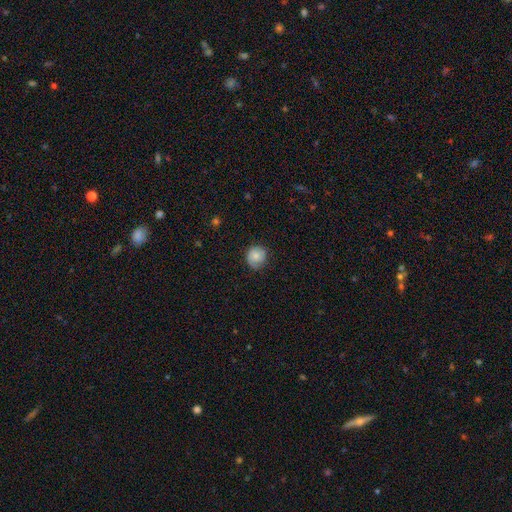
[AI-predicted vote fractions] A smooth galaxy with no disk features (76%) that is round (87%). Merging: none (75%).